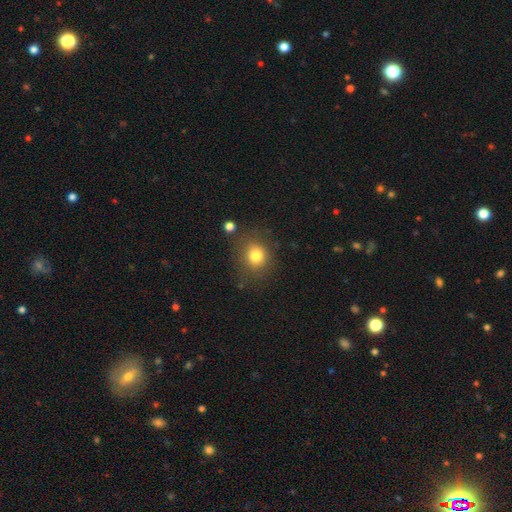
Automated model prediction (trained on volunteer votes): The model was most divided on "how rounded": round: 78%, in between: 21%, cigar-shaped: 1%. More confident: merging — none (80%); smooth or featured — smooth (79%).